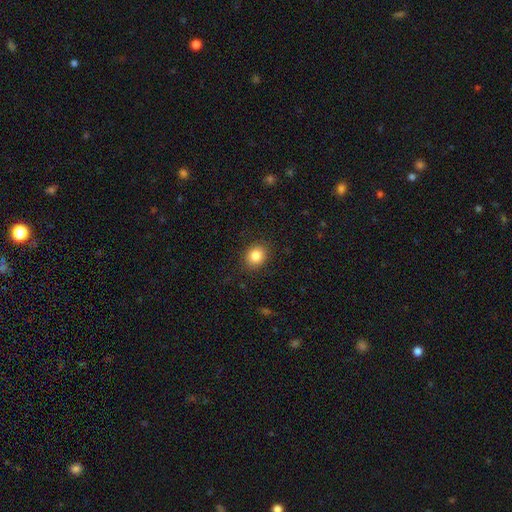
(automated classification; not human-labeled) A smooth galaxy with no disk features (85%) that is round (63%).

Vote fractions:
- Smooth or featured? smooth: 85% / star or artifact: 9% / featured or disk: 6%
- How rounded? round: 63% / in between: 36% / cigar-shaped: 1%
- Merging? none: 87% / minor disturbance: 9% / major disturbance: 3% / merger: 1%